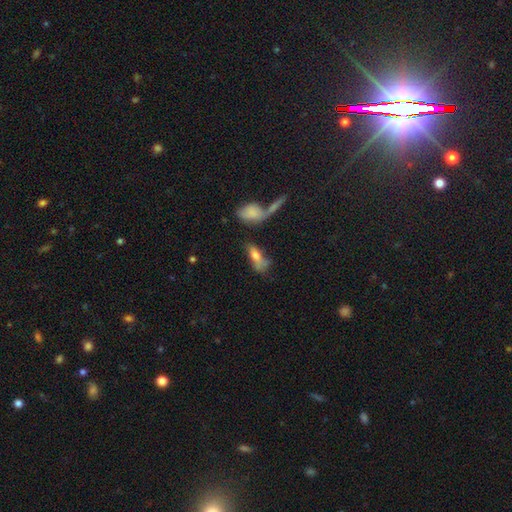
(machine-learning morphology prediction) Q: Smooth or featured?
A: smooth (65%); runner-up: featured or disk (25%)
Q: How rounded?
A: in between (67%); runner-up: cigar-shaped (29%)
Q: Merging?
A: none (31%); runner-up: merger (25%)